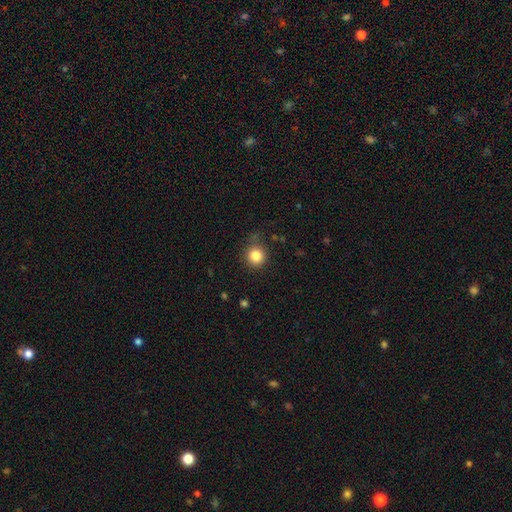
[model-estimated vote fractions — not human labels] Smooth or featured? Predicted: smooth (p=0.84). How rounded? Predicted: round (p=0.92). Merging? Predicted: none (p=0.80).